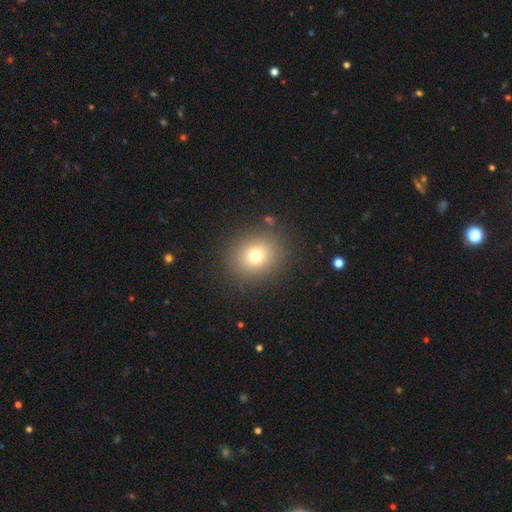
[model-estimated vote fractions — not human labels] This appears to be a smooth galaxy with no disk features (73%) that is round (78%). Merging: none (87%).